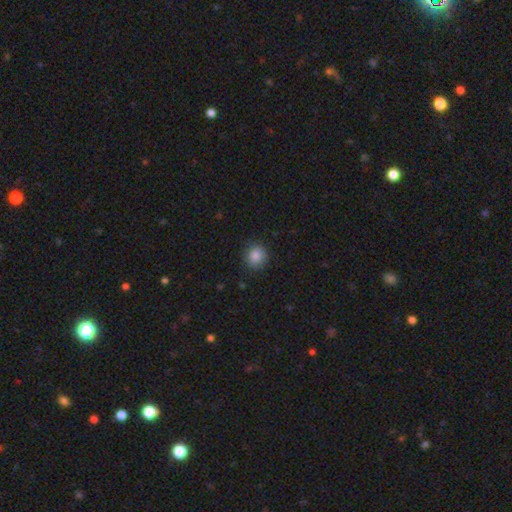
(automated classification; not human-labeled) Smooth or featured? smooth (86%)
How rounded? round (89%)
Merging? none (87%)